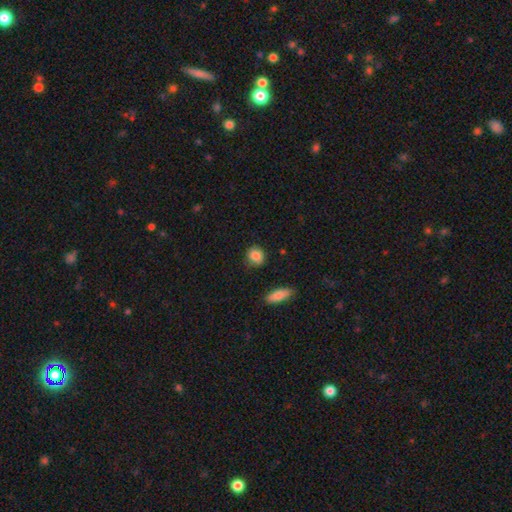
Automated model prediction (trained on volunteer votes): Smooth or featured? Predicted: smooth (p=0.86). How rounded? Predicted: round (p=0.77). Merging? Predicted: none (p=0.82).